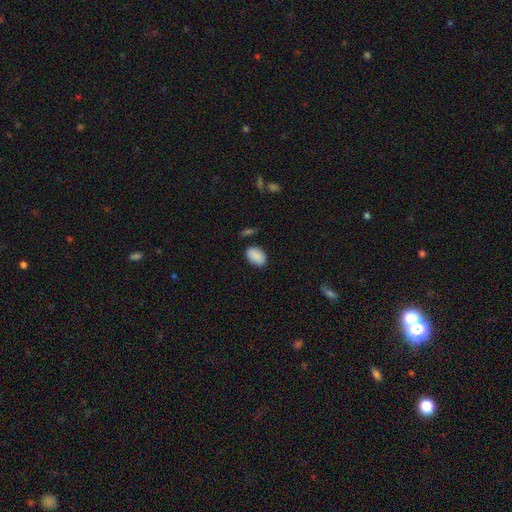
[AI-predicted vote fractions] A smooth galaxy with no disk features (88%) that is in between round and cigar-shaped (87%). Merging: none (80%).